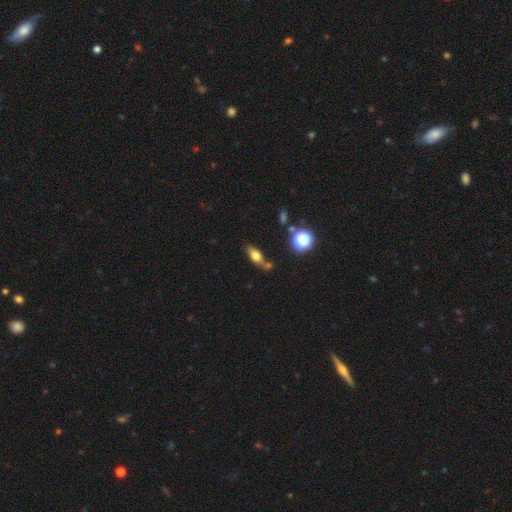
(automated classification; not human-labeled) Q: Smooth or featured?
A: smooth (63%); runner-up: featured or disk (24%)
Q: How rounded?
A: in between (68%); runner-up: cigar-shaped (21%)
Q: Merging?
A: none (59%); runner-up: merger (18%)